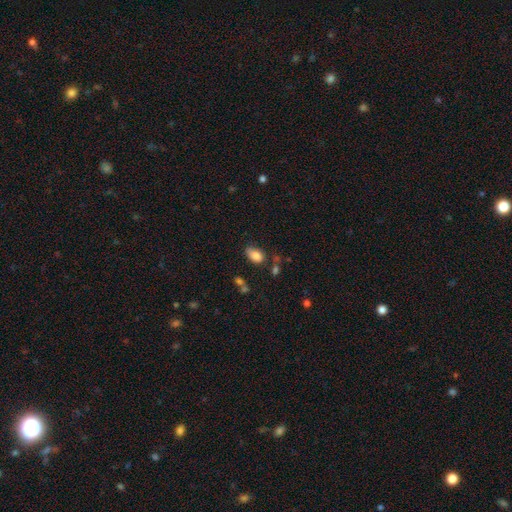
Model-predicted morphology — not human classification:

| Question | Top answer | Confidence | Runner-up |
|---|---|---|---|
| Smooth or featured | smooth | 83% | star or artifact (9%) |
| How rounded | in between | 87% | round (12%) |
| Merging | none | 56% | minor disturbance (28%) |